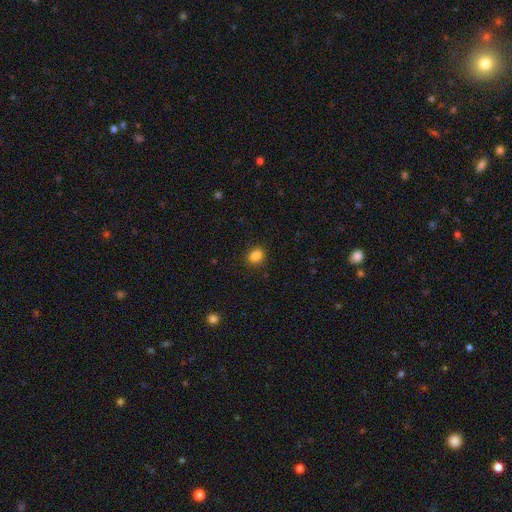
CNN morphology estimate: The model was most divided on "how rounded": round: 53%, in between: 46%, cigar-shaped: 1%. More confident: merging — none (87%); smooth or featured — smooth (85%).